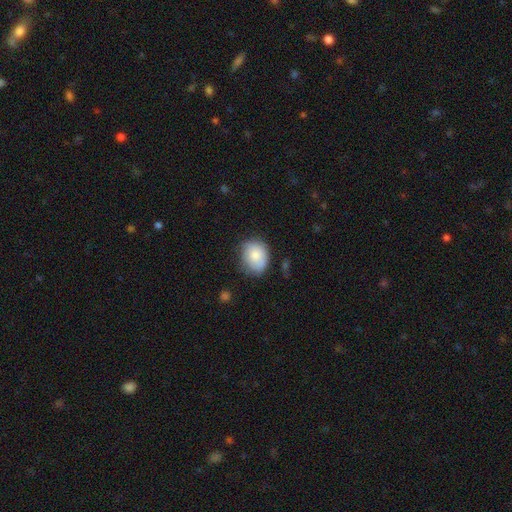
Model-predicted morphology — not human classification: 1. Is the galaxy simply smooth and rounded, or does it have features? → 81% smooth, 12% featured or disk, 7% star or artifact.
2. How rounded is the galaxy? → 50% round, 49% in between, 1% cigar-shaped.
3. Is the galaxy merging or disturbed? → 67% none, 25% minor disturbance, 6% major disturbance, 2% merger.